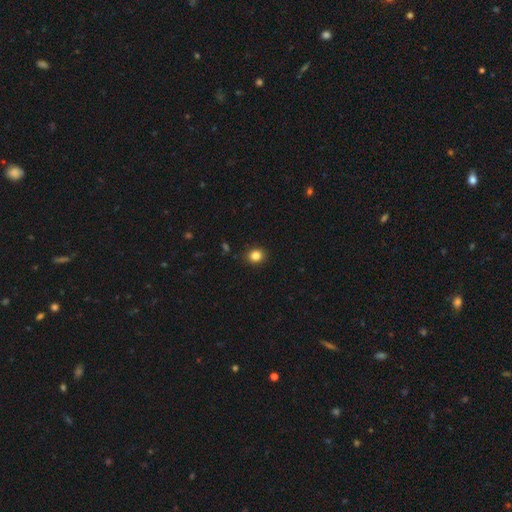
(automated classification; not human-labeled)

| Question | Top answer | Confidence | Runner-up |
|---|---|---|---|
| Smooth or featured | smooth | 84% | star or artifact (11%) |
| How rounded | round | 76% | in between (23%) |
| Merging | none | 90% | minor disturbance (7%) |